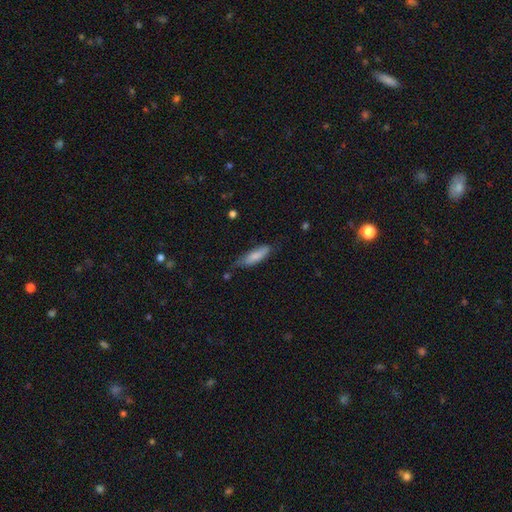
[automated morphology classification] smooth 78%, featured or disk 16%, star or artifact 6%. Down the decision tree: how rounded — cigar-shaped (56%); merging — none (59%).